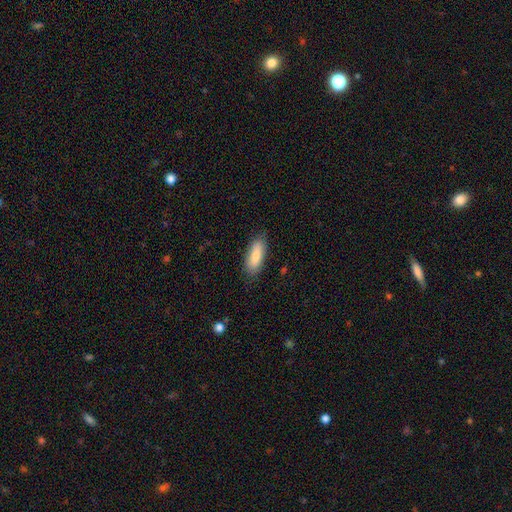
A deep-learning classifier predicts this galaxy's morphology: A smooth galaxy with no disk features (84%) that is in between round and cigar-shaped (73%). Merging: none (82%).